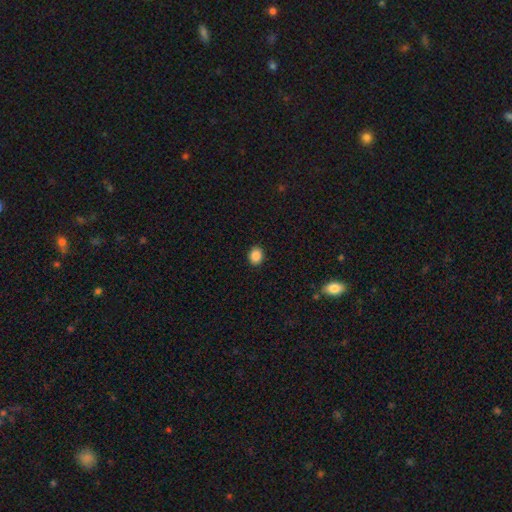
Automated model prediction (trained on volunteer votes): This is clearly a smooth galaxy (87%). How rounded: possibly round (55%). Merging: clearly none (91%).